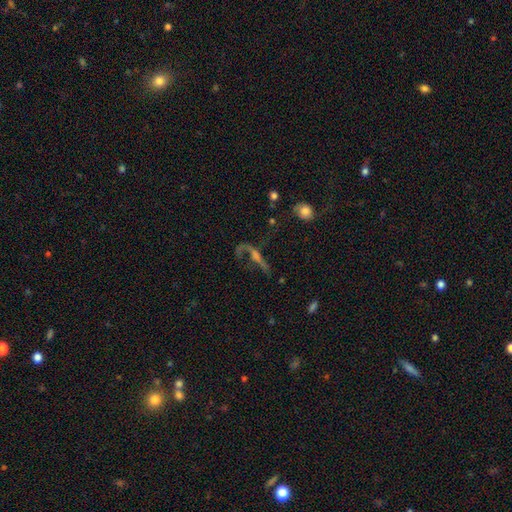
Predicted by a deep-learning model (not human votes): featured or disk 68%, star or artifact 17%, smooth 15%. Down the decision tree: edge-on disk — no (60%); merging — none (42%).